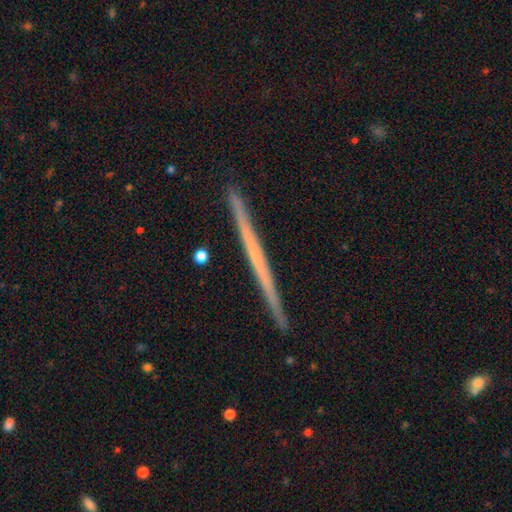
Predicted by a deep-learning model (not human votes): Q: Smooth or featured?
A: featured or disk (62%); runner-up: smooth (31%)
Q: Edge-on disk?
A: yes (98%); runner-up: no (2%)
Q: Edge-on bulge?
A: none (88%); runner-up: rounded (9%)
Q: Merging?
A: none (92%); runner-up: minor disturbance (5%)